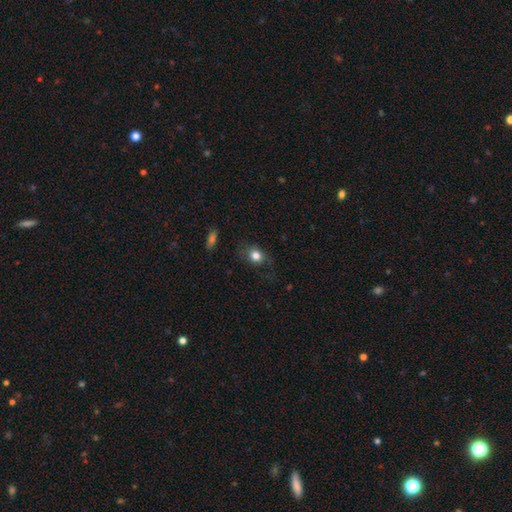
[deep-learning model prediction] smooth-or-featured: smooth: 79% | featured or disk: 11% | star or artifact: 9%
  how-rounded: round: 56% | in between: 43% | cigar-shaped: 2%
  merging: none: 62% | minor disturbance: 22% | major disturbance: 14% | merger: 2%